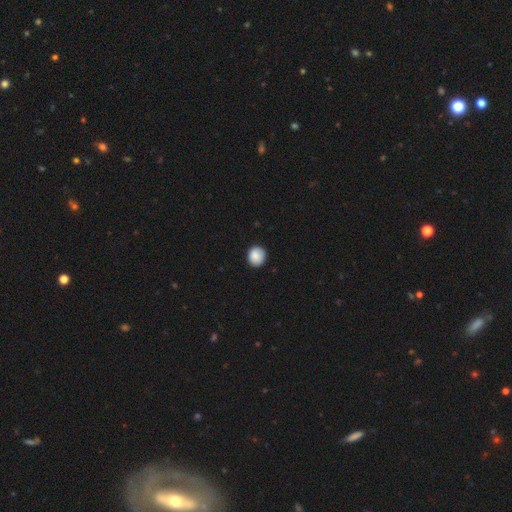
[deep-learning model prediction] smooth-or-featured: smooth: 88% | star or artifact: 8% | featured or disk: 4%
  how-rounded: round: 82% | in between: 17% | cigar-shaped: 1%
  merging: none: 89% | minor disturbance: 8% | major disturbance: 2% | merger: 1%